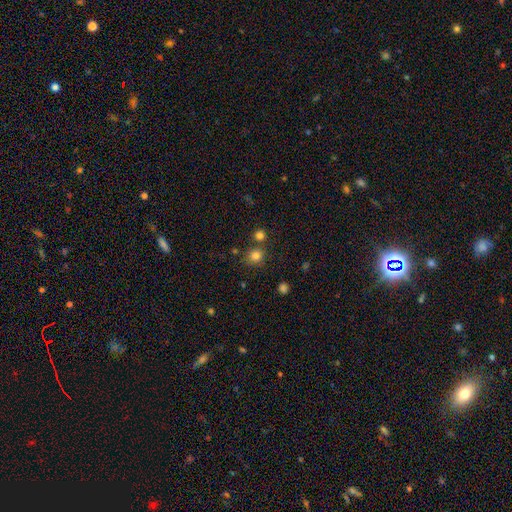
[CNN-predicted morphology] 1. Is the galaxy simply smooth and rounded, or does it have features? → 80% smooth, 14% star or artifact, 6% featured or disk.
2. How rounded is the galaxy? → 87% round, 12% in between, 1% cigar-shaped.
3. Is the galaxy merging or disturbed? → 74% none, 14% merger, 9% minor disturbance, 3% major disturbance.